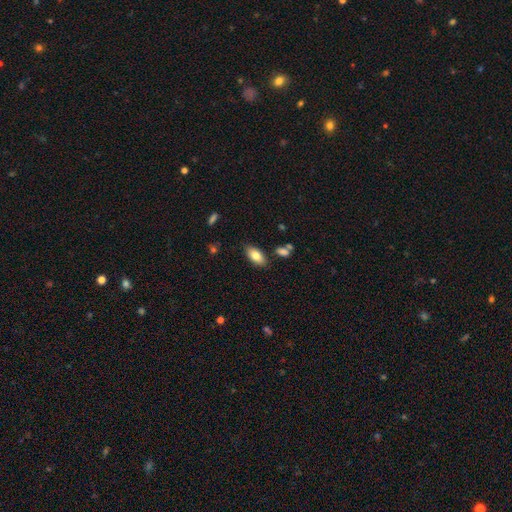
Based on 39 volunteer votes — smooth-or-featured: smooth: 77% | featured or disk: 15% | star or artifact: 8%
  how-rounded: in between: 90% | cigar-shaped: 10% | round: 0%
  merging: none: 89% | minor disturbance: 8% | major disturbance: 3% | merger: 0%